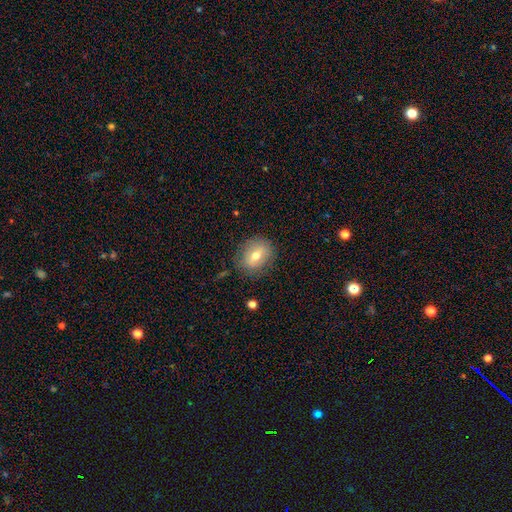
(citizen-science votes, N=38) This appears to be a smooth galaxy with no disk features (61%) that is round (78%). Merging: none (71%).